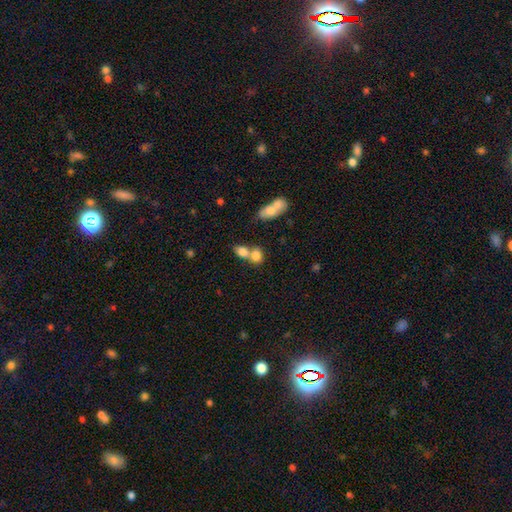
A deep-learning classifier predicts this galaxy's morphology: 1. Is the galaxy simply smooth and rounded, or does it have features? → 78% smooth, 12% featured or disk, 10% star or artifact.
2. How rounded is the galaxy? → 59% in between, 38% round, 2% cigar-shaped.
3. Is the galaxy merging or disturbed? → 61% merger, 28% none, 7% minor disturbance, 4% major disturbance.